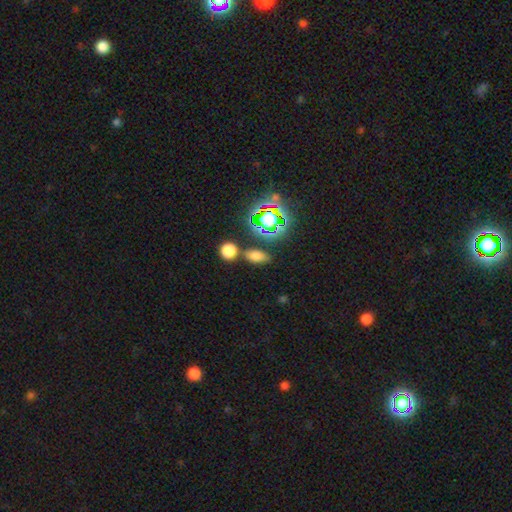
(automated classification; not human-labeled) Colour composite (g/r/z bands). It shows a smooth galaxy with no disk features (67%) that is in between round and cigar-shaped (74%). Merging: none (72%).